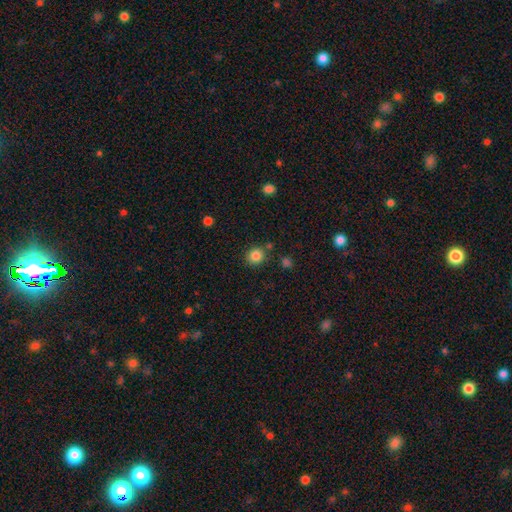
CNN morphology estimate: This appears to be a smooth galaxy with no disk features (84%) that is round (87%). Merging: none (82%).